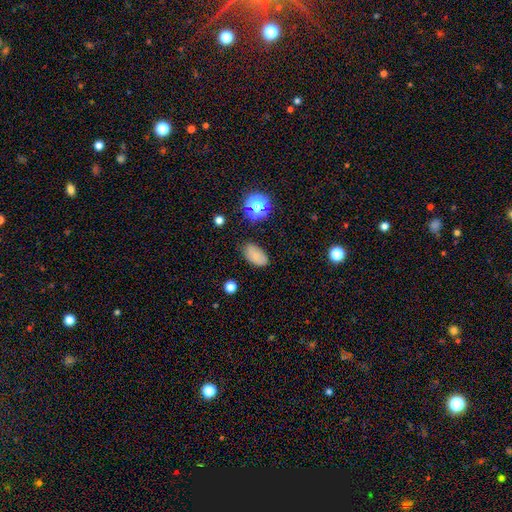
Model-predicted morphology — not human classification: Overall: smooth (76%). How rounded: in between (92%). Merging: none (77%).